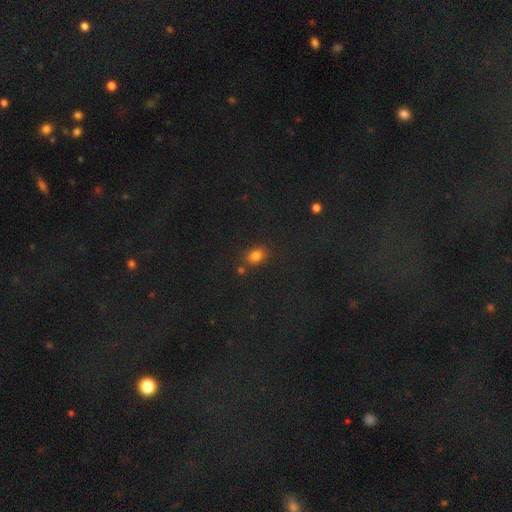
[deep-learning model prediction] Smooth or featured? smooth (78%)
How rounded? in between (58%)
Merging? none (75%)